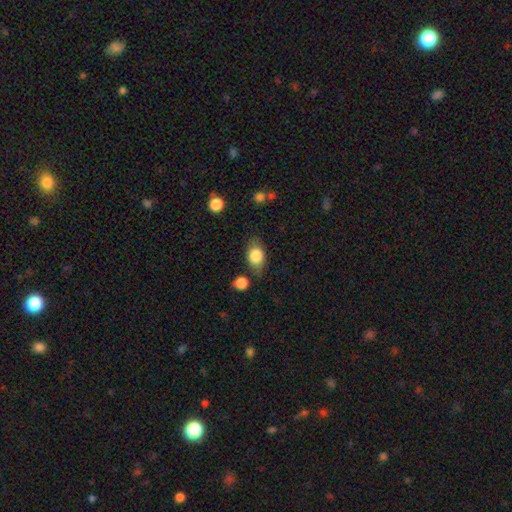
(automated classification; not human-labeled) This appears to be a smooth galaxy with no disk features (80%) that is in between round and cigar-shaped (78%). Merging: none (70%).